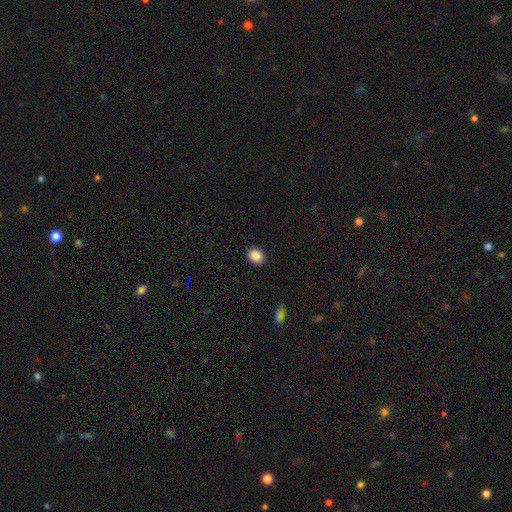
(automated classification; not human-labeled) This is clearly a smooth galaxy (88%). How rounded: likely round (72%). Merging: clearly none (92%).